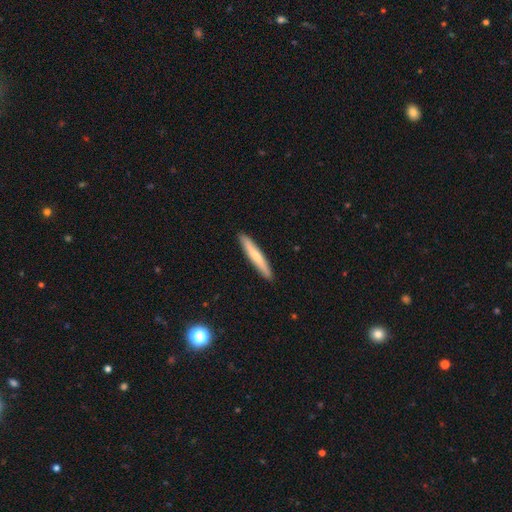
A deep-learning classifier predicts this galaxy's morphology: This is likely a smooth galaxy (67%). How rounded: clearly cigar-shaped (94%). Merging: clearly none (91%).